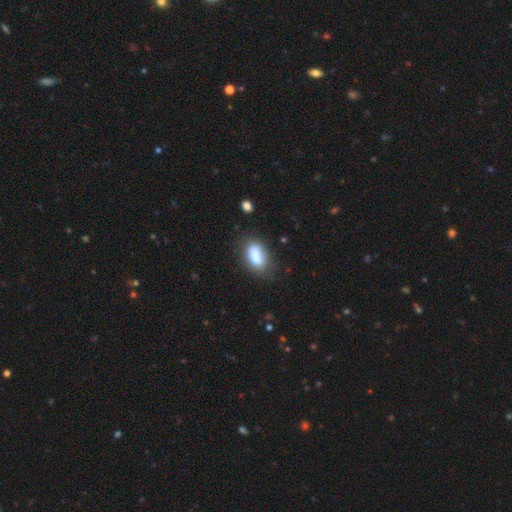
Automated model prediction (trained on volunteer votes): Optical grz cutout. It shows a smooth galaxy with no disk features (83%) that is in between round and cigar-shaped (89%). Merging: none (60%).